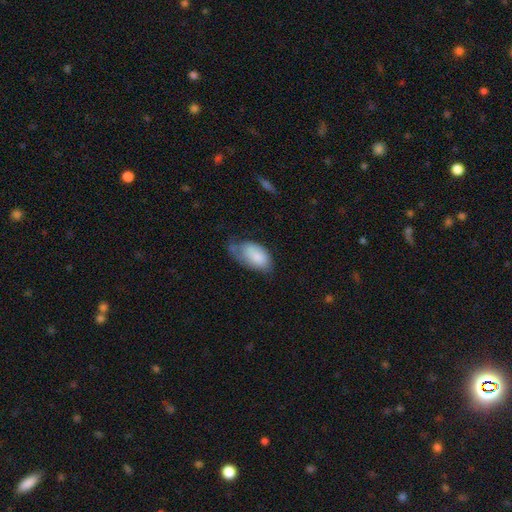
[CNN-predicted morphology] Smooth or featured? Predicted: smooth (p=0.78). How rounded? Predicted: in between (p=0.95). Merging? Predicted: minor disturbance (p=0.40).